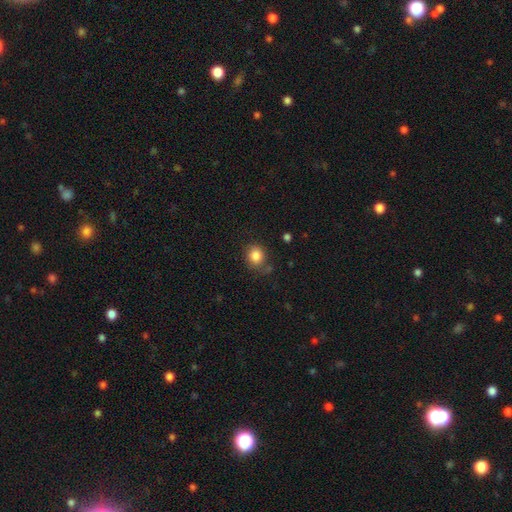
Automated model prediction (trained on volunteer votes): This is clearly a smooth galaxy (84%). How rounded: likely round (78%). Merging: likely none (76%).